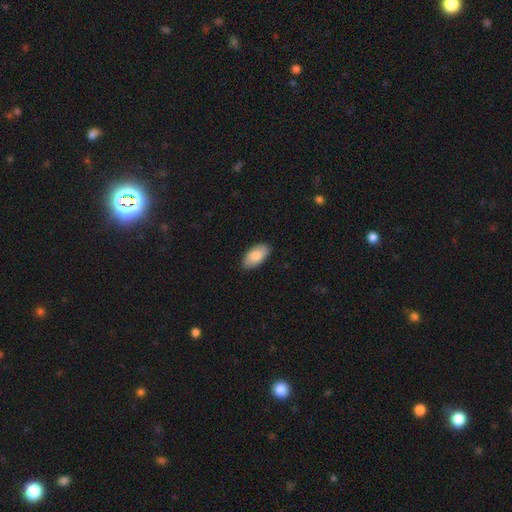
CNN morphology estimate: The model was most divided on "smooth or featured": smooth: 84%, featured or disk: 10%, star or artifact: 6%. More confident: how rounded — in between (95%); merging — none (87%).